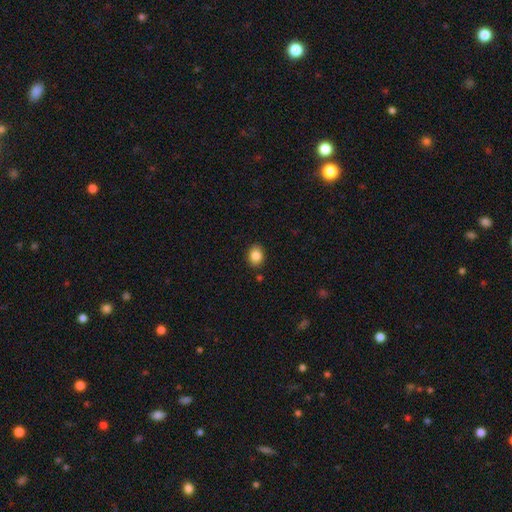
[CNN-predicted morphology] type=smooth (85%); roundness=in between (61%); merging=none (88%).